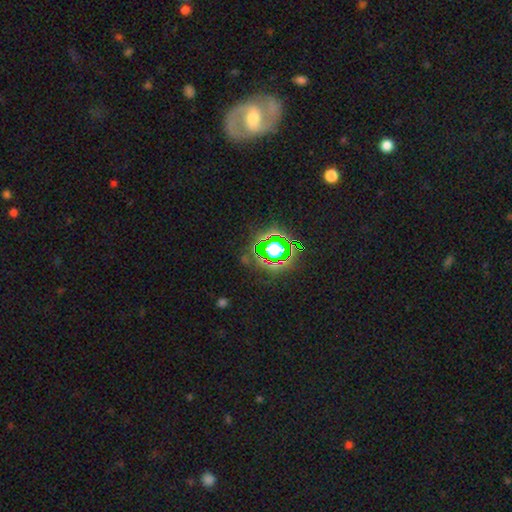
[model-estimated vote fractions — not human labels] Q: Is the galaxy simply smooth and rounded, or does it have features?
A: star or artifact — 58%.